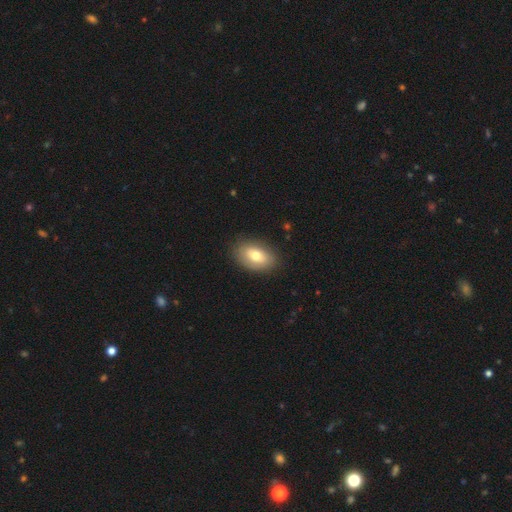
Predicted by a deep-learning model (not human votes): smooth_or_featured: smooth (p=0.74) [alt: featured or disk p=0.19]
how_rounded: in between (p=0.89) [alt: round p=0.10]
merging: none (p=0.85) [alt: minor disturbance p=0.11]